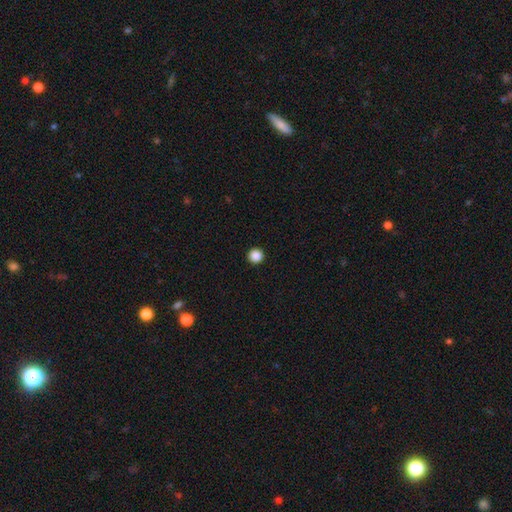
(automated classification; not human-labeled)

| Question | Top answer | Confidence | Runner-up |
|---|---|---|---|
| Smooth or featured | smooth | 87% | star or artifact (10%) |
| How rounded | round | 96% | in between (3%) |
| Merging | none | 94% | minor disturbance (4%) |